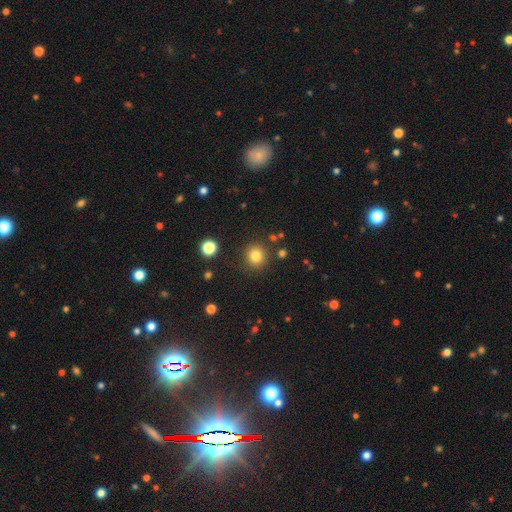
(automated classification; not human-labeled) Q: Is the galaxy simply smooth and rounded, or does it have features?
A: smooth — 82%.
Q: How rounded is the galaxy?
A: round — 91%.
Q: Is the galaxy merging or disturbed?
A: none — 87%.